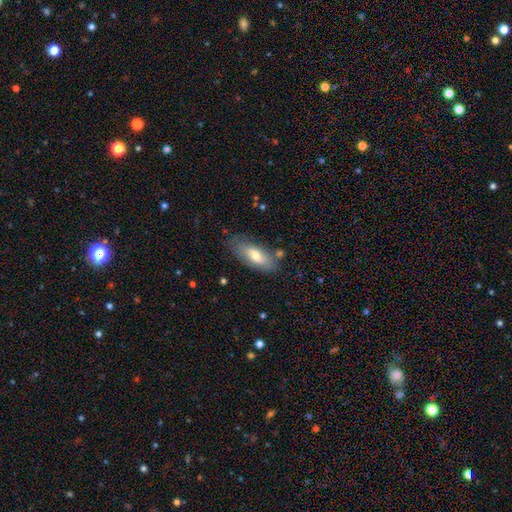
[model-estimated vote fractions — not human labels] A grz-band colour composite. It shows a smooth galaxy with no disk features (67%) that is in between round and cigar-shaped (82%). Merging: none (70%).